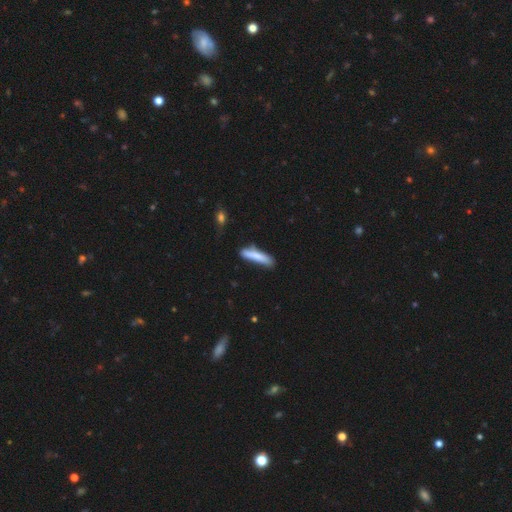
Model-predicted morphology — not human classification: smooth-or-featured: smooth: 78% | featured or disk: 16% | star or artifact: 6%
  how-rounded: cigar-shaped: 87% | in between: 12% | round: 1%
  merging: none: 67% | minor disturbance: 23% | major disturbance: 5% | merger: 5%